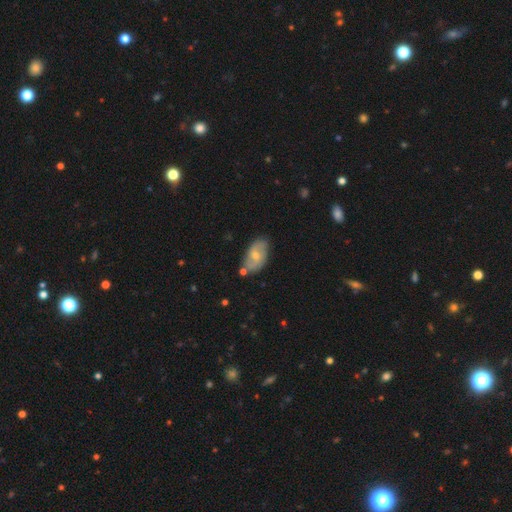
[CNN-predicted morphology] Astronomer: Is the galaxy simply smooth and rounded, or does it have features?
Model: featured or disk — 50% (runner-up: smooth, 43%).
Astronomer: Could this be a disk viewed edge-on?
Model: no — 94%.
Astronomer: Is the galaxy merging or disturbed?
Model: none — 69%.